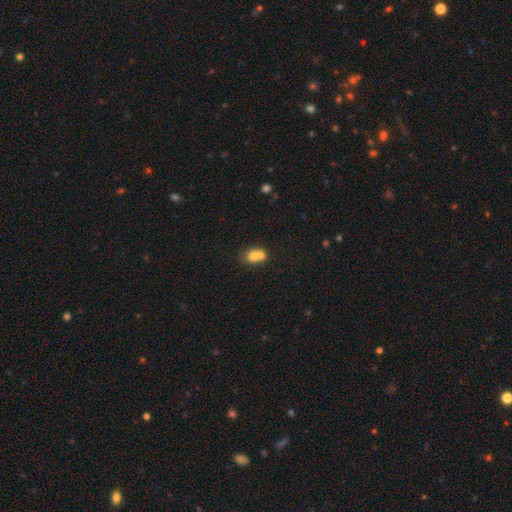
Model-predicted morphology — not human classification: This is likely a smooth galaxy (71%). How rounded: possibly in between (53%). Merging: likely merger (65%).